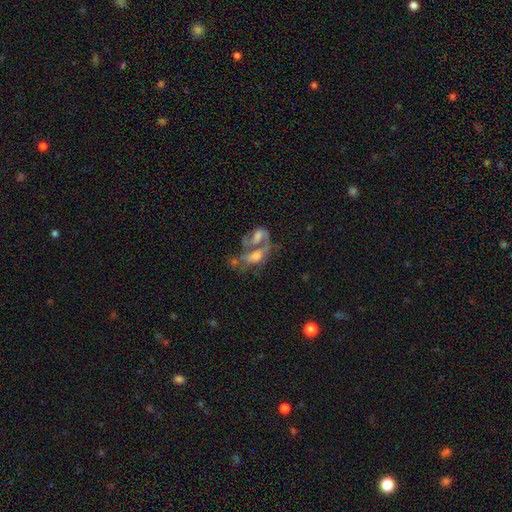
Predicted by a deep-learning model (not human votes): This appears to be a featured or disk galaxy (56%) with no bar (69%), no spiral arms (51%) and a moderate central bulge (37%). Merging: merger (60%).